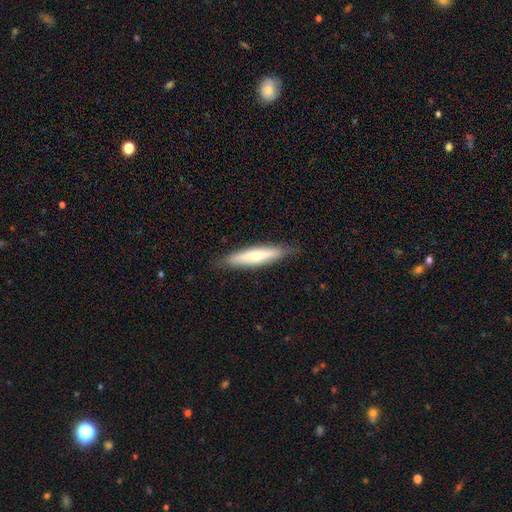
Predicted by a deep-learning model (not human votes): smooth-or-featured: smooth: 59% | featured or disk: 35% | star or artifact: 6%
  how-rounded: cigar-shaped: 82% | in between: 16% | round: 1%
  merging: none: 85% | minor disturbance: 11% | major disturbance: 2% | merger: 1%